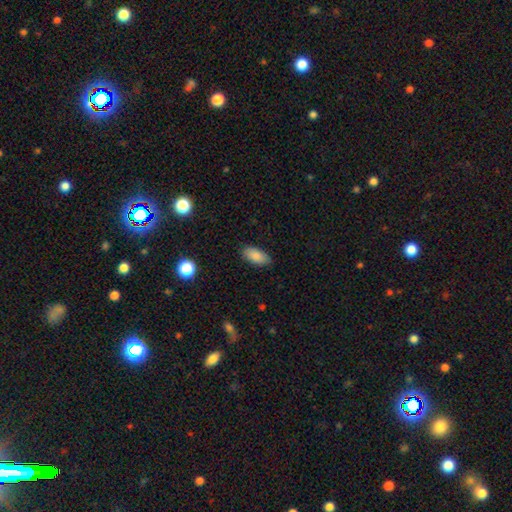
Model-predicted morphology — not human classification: Smooth or featured?
  - smooth: 87% *
  - star or artifact: 7%
  - featured or disk: 6%
How rounded?
  - in between: 92% *
  - cigar-shaped: 5%
  - round: 2%
Merging?
  - none: 84% *
  - minor disturbance: 12%
  - major disturbance: 2%
  - merger: 1%